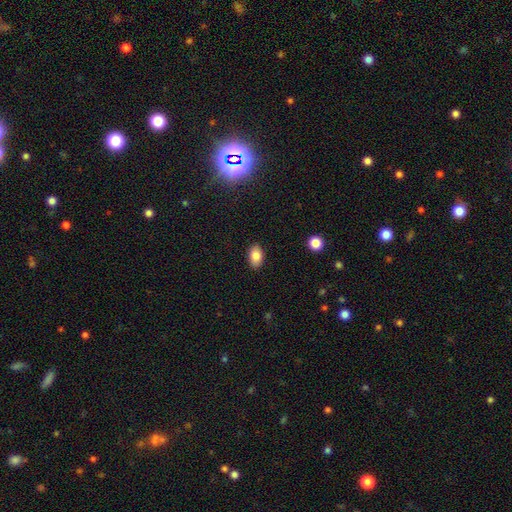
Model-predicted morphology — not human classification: The model was most divided on "smooth or featured": smooth: 84%, star or artifact: 8%, featured or disk: 8%. More confident: how rounded — in between (89%); merging — none (88%).